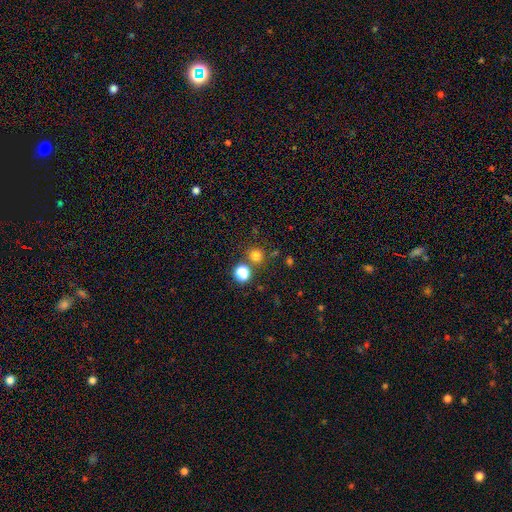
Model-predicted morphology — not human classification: This appears to be a smooth galaxy with no disk features (75%) that is round (91%). Merging: none (75%).